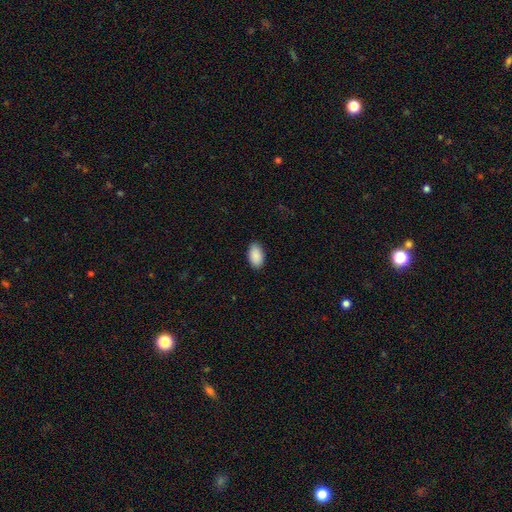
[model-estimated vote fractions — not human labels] Q: Smooth or featured?
A: smooth (90%); runner-up: star or artifact (6%)
Q: How rounded?
A: in between (95%); runner-up: round (4%)
Q: Merging?
A: none (87%); runner-up: minor disturbance (10%)